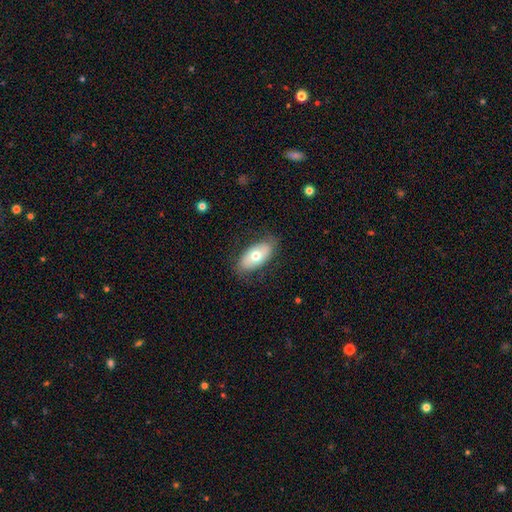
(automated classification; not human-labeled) smooth 63%, featured or disk 30%, star or artifact 6%. Down the decision tree: how rounded — in between (92%); merging — none (79%).